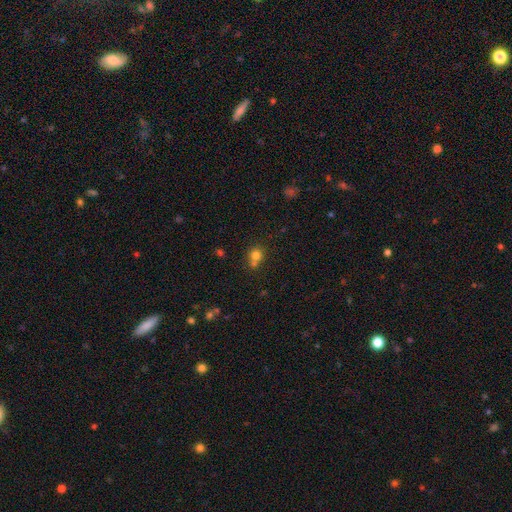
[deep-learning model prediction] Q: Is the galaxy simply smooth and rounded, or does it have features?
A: smooth — 76%.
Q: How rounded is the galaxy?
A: round — 80%.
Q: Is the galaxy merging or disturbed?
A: none — 48%.